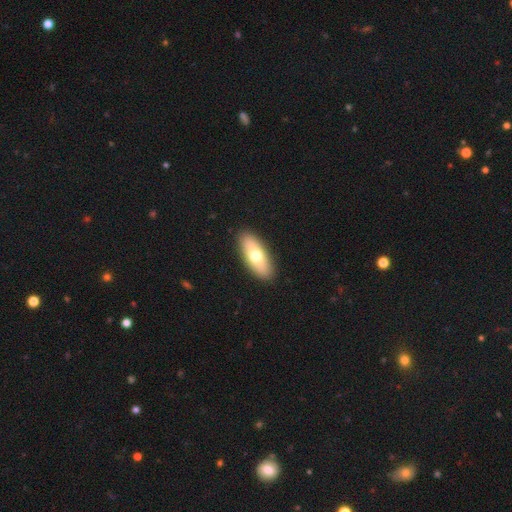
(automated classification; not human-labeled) This appears to be a smooth galaxy with no disk features (65%) that is in between round and cigar-shaped (82%). Merging: none (89%).